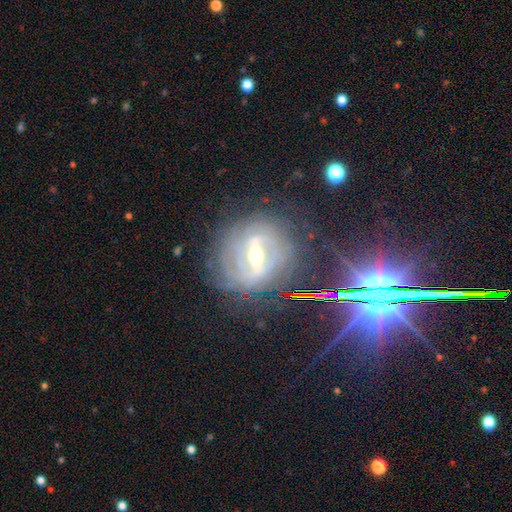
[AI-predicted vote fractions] smooth-or-featured: featured or disk: 81% | star or artifact: 13% | smooth: 6%
  disk-edge-on: no: 86% | yes: 14%
    bar: strong: 73% | weak: 21% | no: 6%
    has-spiral-arms: yes: 88% | no: 12%
      spiral-winding: tight: 66% | medium: 26% | loose: 9%
      spiral-arm-count: can't tell: 40% | 2: 24% | 3: 14% | 4: 9% | more than 4: 8% | 1: 5%
    bulge-size: moderate: 67% | small: 27% | large: 4% | dominant: 1% | none: 1%
  merging: none: 76% | minor disturbance: 14% | major disturbance: 8% | merger: 2%